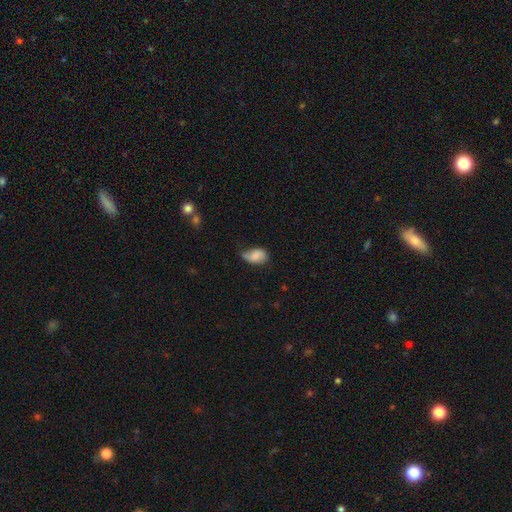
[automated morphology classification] Overall: smooth (66%). How rounded: in between (85%). Merging: minor disturbance (44%; none 36%).